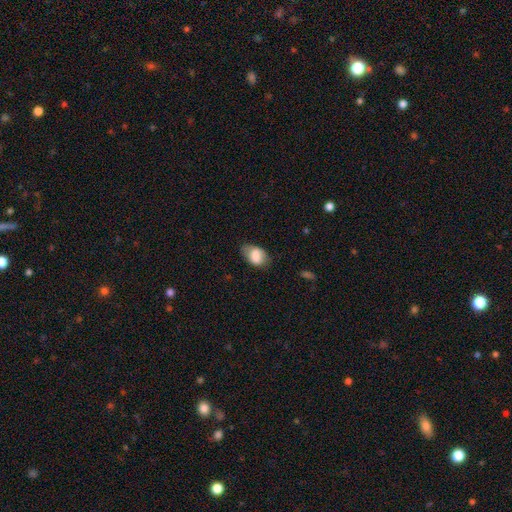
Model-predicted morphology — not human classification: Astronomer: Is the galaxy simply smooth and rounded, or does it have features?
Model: smooth — 80%.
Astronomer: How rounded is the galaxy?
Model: in between — 86%.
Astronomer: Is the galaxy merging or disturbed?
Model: none — 63%.